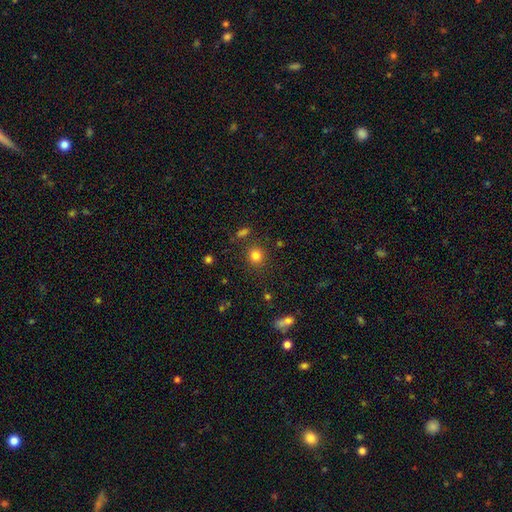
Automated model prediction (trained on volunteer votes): A smooth galaxy with no disk features (82%) that is round (88%). Merging: none (84%).